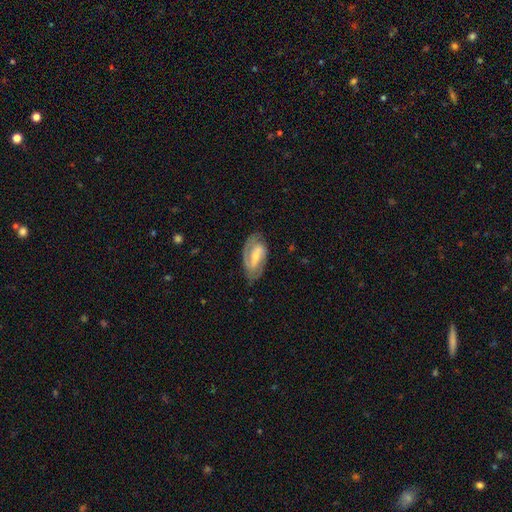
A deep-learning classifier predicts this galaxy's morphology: Overall: featured or disk (80%). Edge-on disk: no (96%). Bar: strong (43%; weak 41%). Spiral arms: yes (93%). Spiral arm count: 2 (83%). Spiral winding: medium (46%; tight 40%). Bulge size: small (52%; moderate 36%). Merging: none (76%).